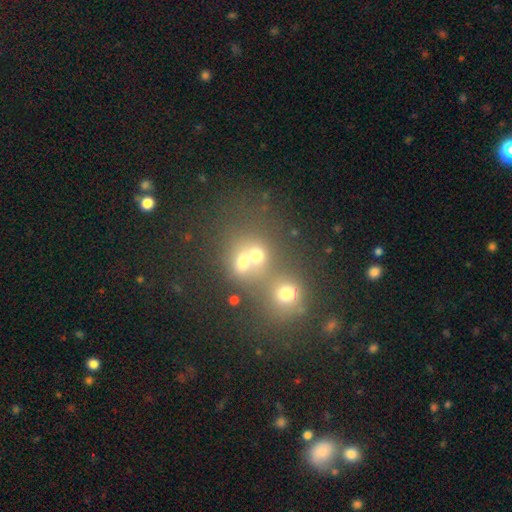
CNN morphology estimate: smooth_or_featured: smooth (p=0.67) [alt: star or artifact p=0.20]
how_rounded: round (p=0.72) [alt: in between p=0.26]
merging: merger (p=0.56) [alt: none p=0.33]